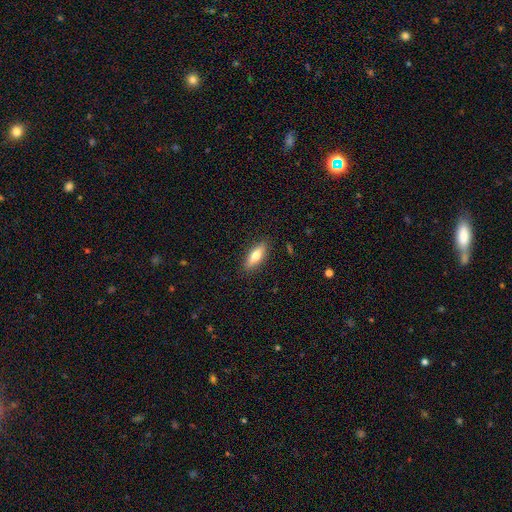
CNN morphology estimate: Smooth or featured? Predicted: smooth (p=0.65). How rounded? Predicted: in between (p=0.54). Merging? Predicted: none (p=0.88).